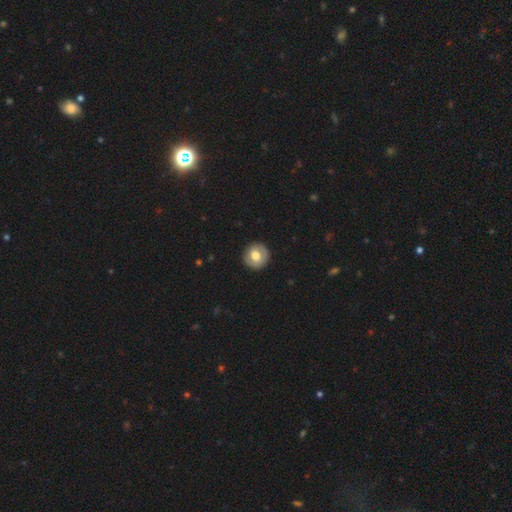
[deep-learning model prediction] The model was most divided on "smooth or featured": smooth: 67%, featured or disk: 26%, star or artifact: 7%. More confident: how rounded — round (93%); merging — none (90%).